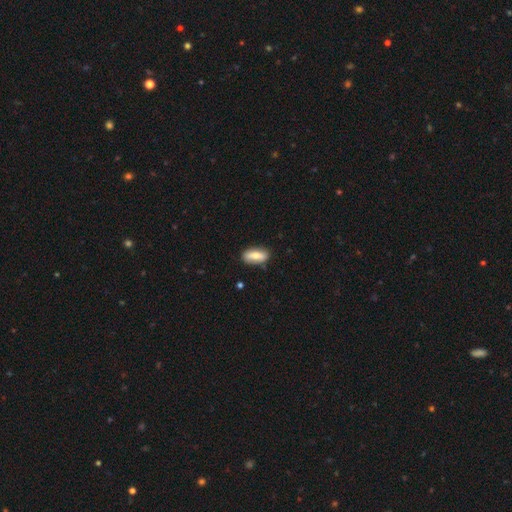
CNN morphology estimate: A smooth galaxy with no disk features (72%) that is in between round and cigar-shaped (82%). Merging: none (84%).